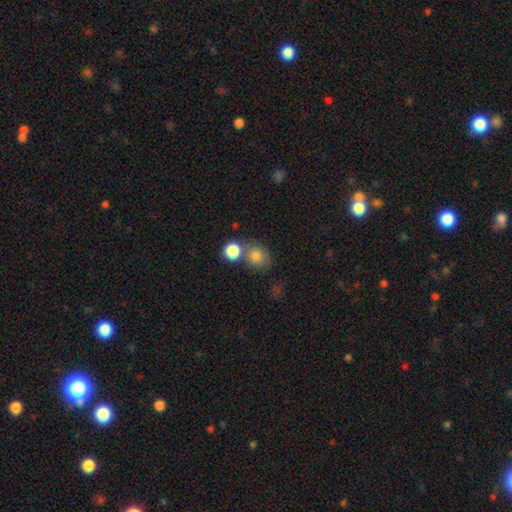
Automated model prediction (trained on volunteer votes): Smooth or featured?
  - smooth: 80% *
  - star or artifact: 12%
  - featured or disk: 9%
How rounded?
  - round: 70% *
  - in between: 29%
  - cigar-shaped: 1%
Merging?
  - none: 51% *
  - merger: 32%
  - minor disturbance: 12%
  - major disturbance: 5%